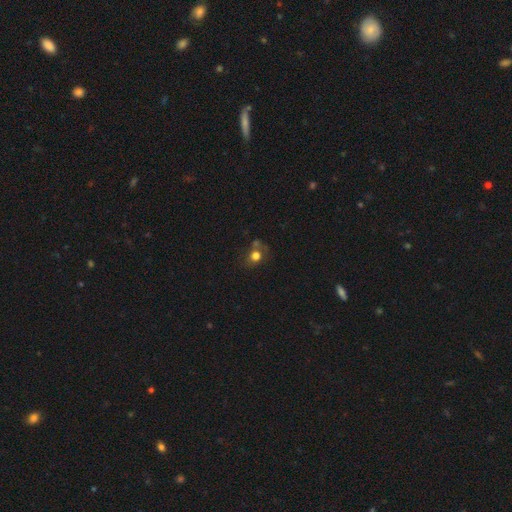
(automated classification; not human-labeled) smooth_or_featured: smooth (p=0.70) [alt: star or artifact p=0.16]
how_rounded: round (p=0.72) [alt: in between p=0.27]
merging: none (p=0.50) [alt: minor disturbance p=0.18]